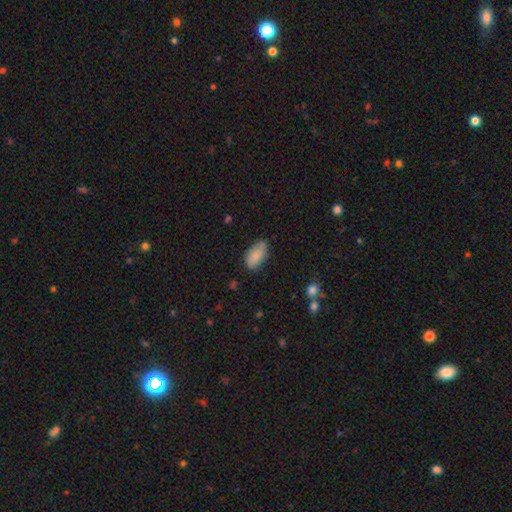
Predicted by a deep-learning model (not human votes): Smooth or featured? Predicted: smooth (p=0.82). How rounded? Predicted: in between (p=0.92). Merging? Predicted: none (p=0.70).